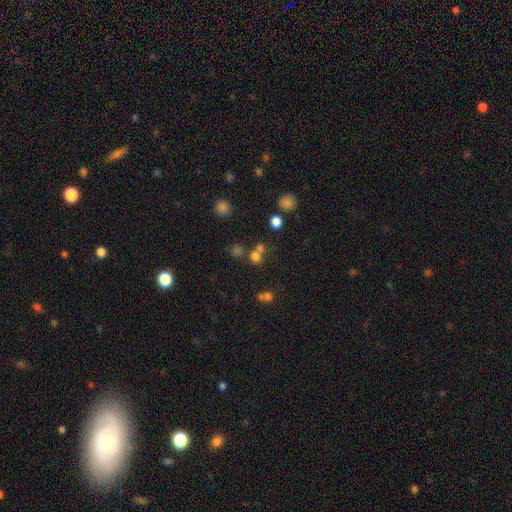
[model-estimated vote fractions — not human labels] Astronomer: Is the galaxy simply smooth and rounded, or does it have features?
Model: smooth — 68%.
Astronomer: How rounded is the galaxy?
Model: round — 85%.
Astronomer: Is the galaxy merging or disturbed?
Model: none — 54% (runner-up: merger, 34%).